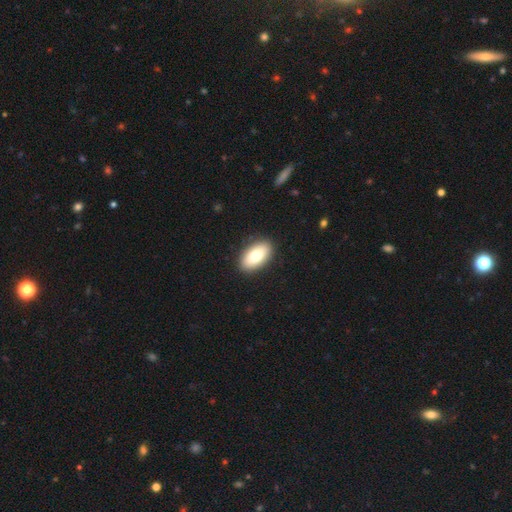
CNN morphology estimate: Smooth or featured?
  - smooth: 78% *
  - featured or disk: 15%
  - star or artifact: 6%
How rounded?
  - in between: 94% *
  - round: 4%
  - cigar-shaped: 2%
Merging?
  - none: 90% *
  - minor disturbance: 7%
  - major disturbance: 2%
  - merger: 1%